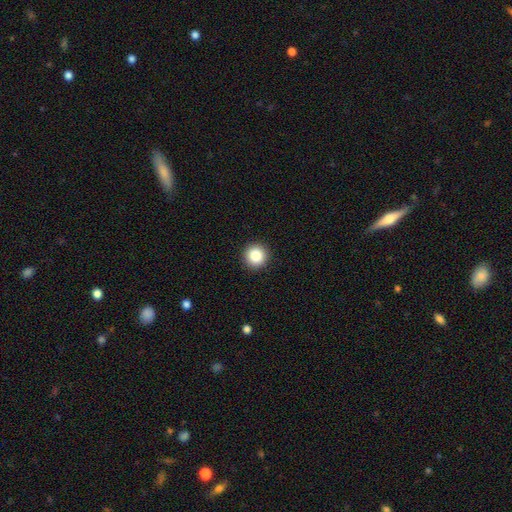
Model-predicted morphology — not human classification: Smooth or featured? Predicted: smooth (p=0.86). How rounded? Predicted: round (p=0.95). Merging? Predicted: none (p=0.93).